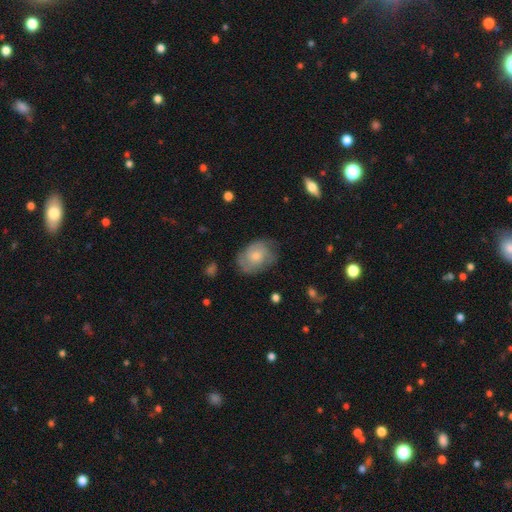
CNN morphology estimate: smooth 48%, featured or disk 45%, star or artifact 7%. Down the decision tree: merging — none (63%).